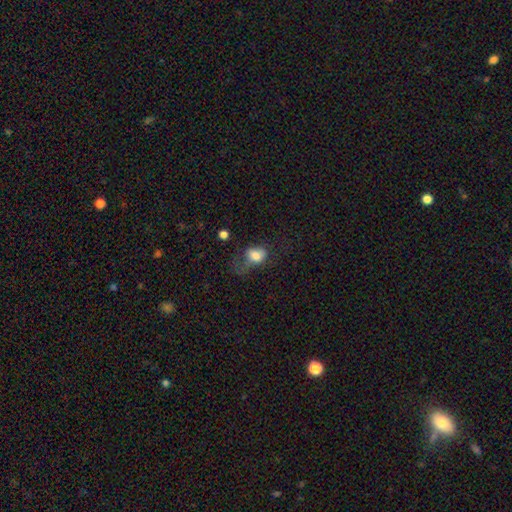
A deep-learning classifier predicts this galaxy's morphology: A smooth galaxy with no disk features (76%) that is in between round and cigar-shaped (64%). Merging: major disturbance (46%).